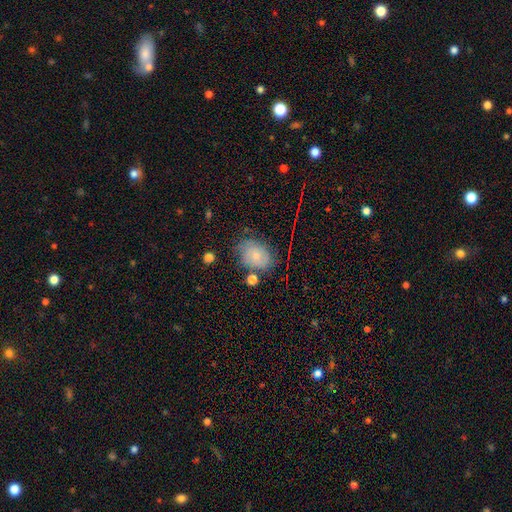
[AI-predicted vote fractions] Smooth or featured?
  - smooth: 65% *
  - featured or disk: 23%
  - star or artifact: 11%
How rounded?
  - in between: 66% *
  - round: 33%
  - cigar-shaped: 1%
Merging?
  - none: 64% *
  - minor disturbance: 22%
  - major disturbance: 7%
  - merger: 6%